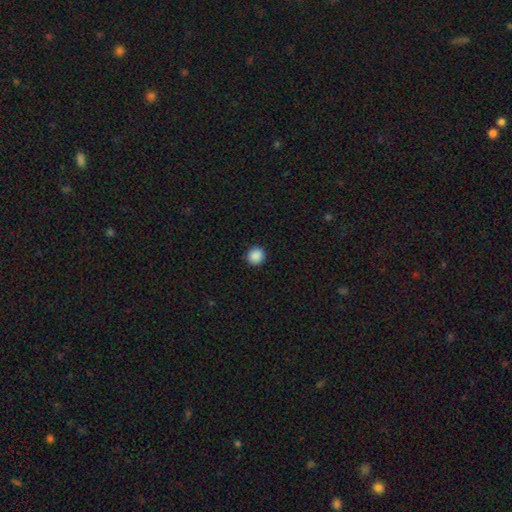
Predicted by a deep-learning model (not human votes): A smooth galaxy with no disk features (88%) that is round (91%). Merging: none (91%).